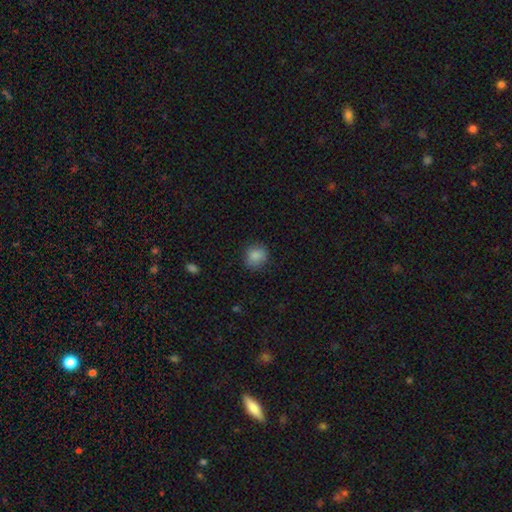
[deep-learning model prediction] The model was most divided on "merging": none: 82%, minor disturbance: 13%, major disturbance: 3%, merger: 1%. More confident: smooth or featured — smooth (85%); how rounded — round (84%).